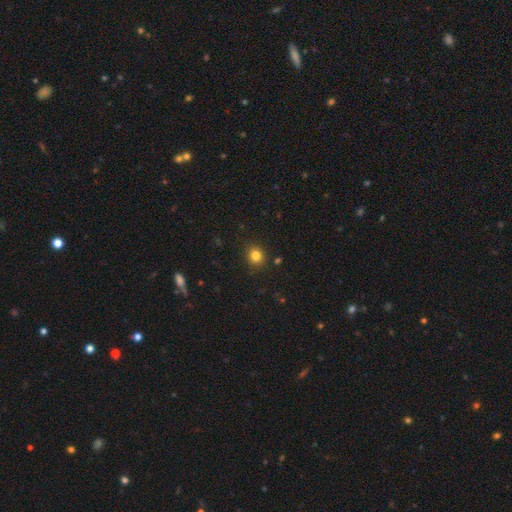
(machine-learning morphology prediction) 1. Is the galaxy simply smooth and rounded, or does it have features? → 82% smooth, 13% star or artifact, 6% featured or disk.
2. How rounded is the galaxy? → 82% round, 17% in between, 1% cigar-shaped.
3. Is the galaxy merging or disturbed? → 89% none, 7% minor disturbance, 2% major disturbance, 2% merger.